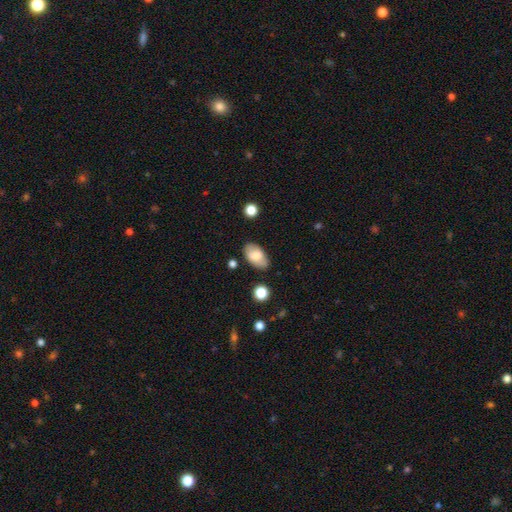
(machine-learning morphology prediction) Smooth or featured: smooth — 74% (featured or disk — 18%)
How rounded: in between — 94% (round — 5%)
Merging: none — 79% (minor disturbance — 15%)